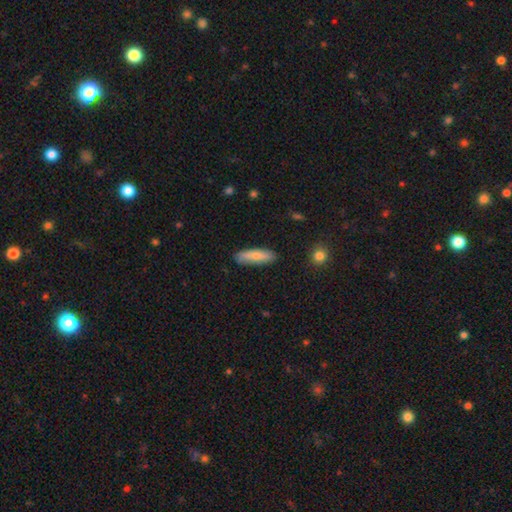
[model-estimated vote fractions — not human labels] Smooth or featured?
  - smooth: 73% *
  - featured or disk: 22%
  - star or artifact: 6%
How rounded?
  - cigar-shaped: 60% *
  - in between: 38%
  - round: 2%
Merging?
  - none: 84% *
  - minor disturbance: 12%
  - major disturbance: 2%
  - merger: 2%